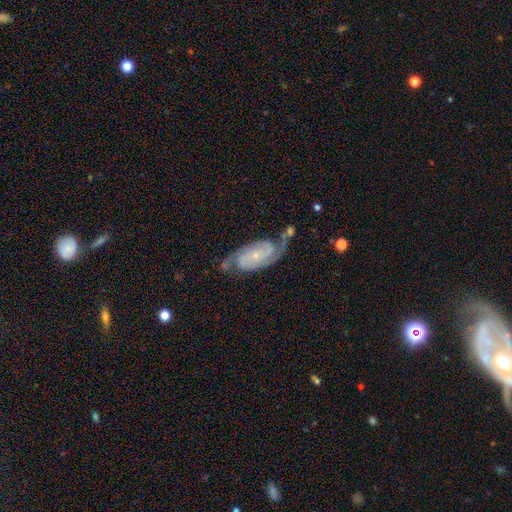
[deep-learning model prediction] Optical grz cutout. It shows a featured or disk galaxy (87%) with no bar (61%), 2 (87%) tight (51%) spiral arms (98%) and a small central bulge (76%). Merging: none (62%).